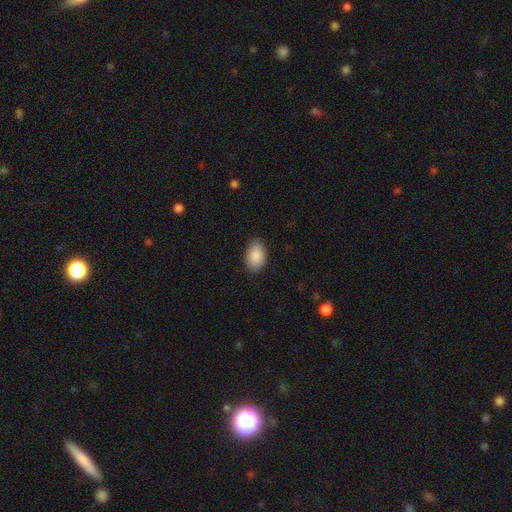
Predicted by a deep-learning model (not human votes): Smooth or featured? smooth (89%)
How rounded? in between (91%)
Merging? none (85%)